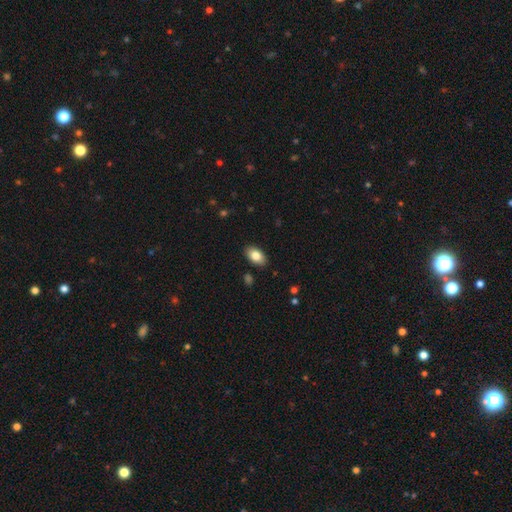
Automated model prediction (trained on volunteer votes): smooth_or_featured: smooth (p=0.82) [alt: featured or disk p=0.11]
how_rounded: in between (p=0.92) [alt: round p=0.06]
merging: none (p=0.88) [alt: minor disturbance p=0.09]